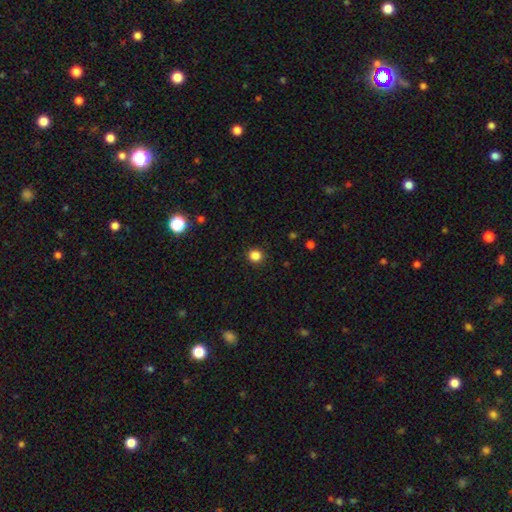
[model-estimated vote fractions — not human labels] A smooth galaxy with no disk features (85%) that is round (87%).

Vote fractions:
- Smooth or featured? smooth: 85% / star or artifact: 12% / featured or disk: 3%
- How rounded? round: 87% / in between: 12% / cigar-shaped: 1%
- Merging? none: 91% / minor disturbance: 6% / major disturbance: 2% / merger: 1%